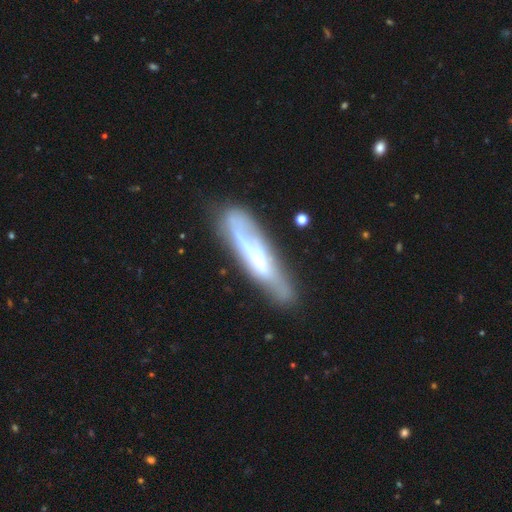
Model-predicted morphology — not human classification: Overall: featured or disk (63%; smooth 30%). Edge-on disk: yes (55%; no 45%). Merging: none (66%).